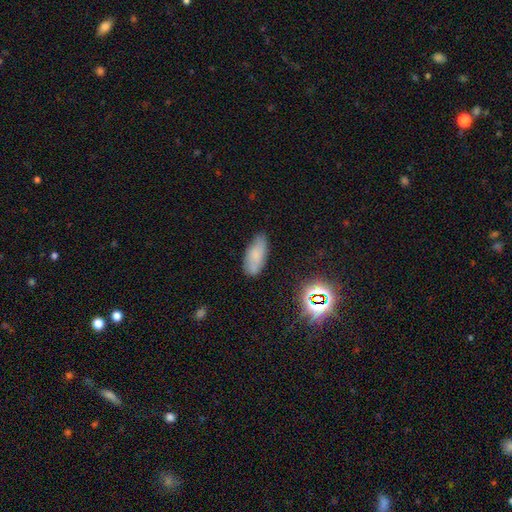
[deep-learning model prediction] smooth_or_featured: smooth (p=0.70) [alt: featured or disk p=0.18]
how_rounded: in between (p=0.84) [alt: cigar-shaped p=0.14]
merging: none (p=0.70) [alt: minor disturbance p=0.22]